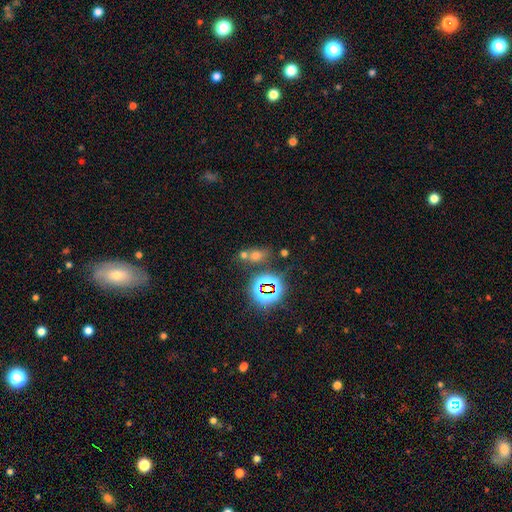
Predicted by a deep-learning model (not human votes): Morphology: type=smooth (46%); merging=none (58%).